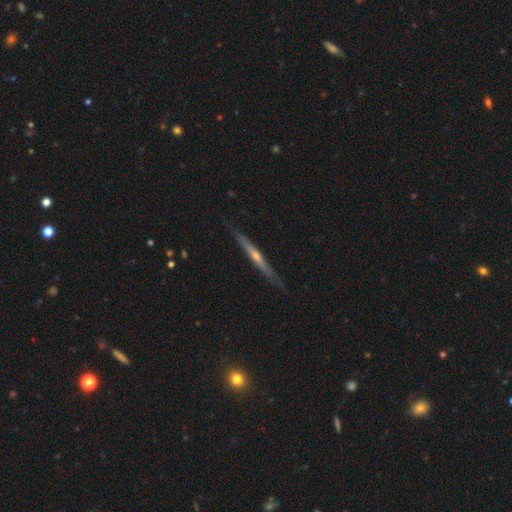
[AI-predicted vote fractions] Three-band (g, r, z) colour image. It shows a featured or disk galaxy (72%) viewed edge-on (96%) with a rounded central bulge (65%). Merging: none (84%).